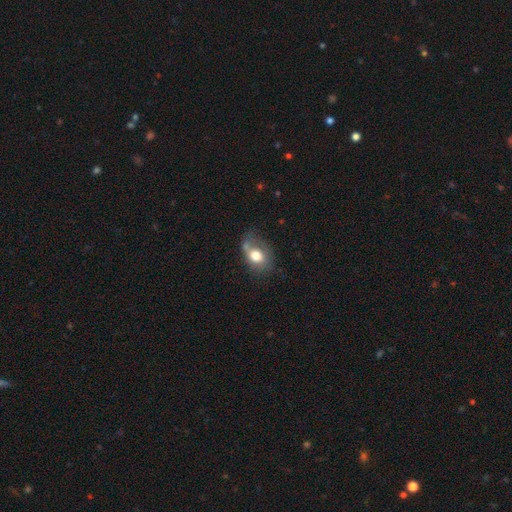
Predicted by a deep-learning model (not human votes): Smooth or featured: smooth — 70% (featured or disk — 21%)
How rounded: in between — 65% (round — 34%)
Merging: none — 38% (minor disturbance — 30%)